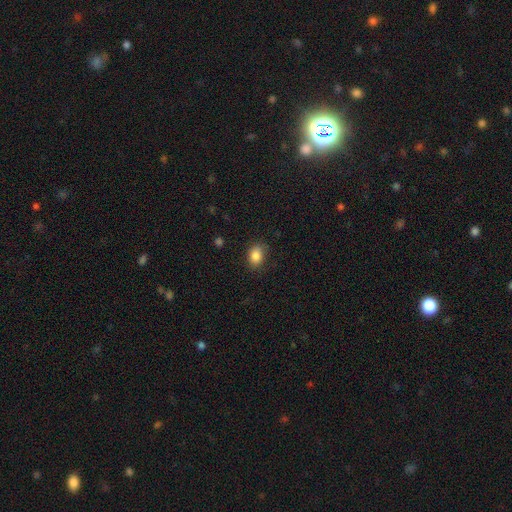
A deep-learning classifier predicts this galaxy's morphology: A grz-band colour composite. It shows a smooth galaxy with no disk features (86%) that is in between round and cigar-shaped (71%). Merging: none (78%).